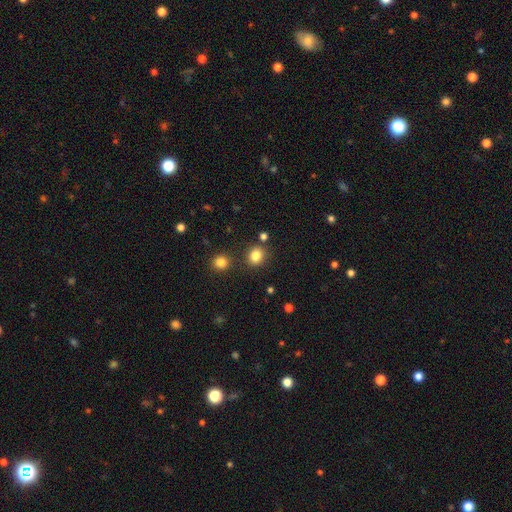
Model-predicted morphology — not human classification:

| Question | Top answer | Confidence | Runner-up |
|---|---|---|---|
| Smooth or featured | smooth | 83% | star or artifact (12%) |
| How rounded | round | 70% | in between (29%) |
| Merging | none | 82% | minor disturbance (9%) |